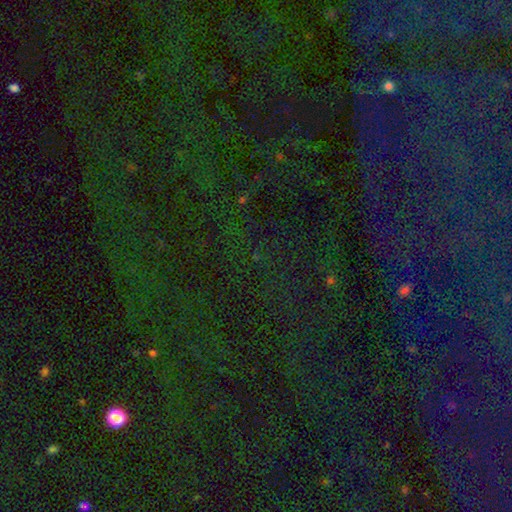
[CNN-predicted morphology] A star or artifact, not a galaxy (80%).